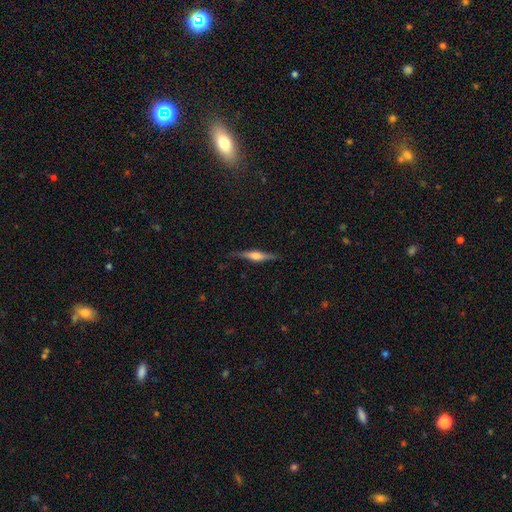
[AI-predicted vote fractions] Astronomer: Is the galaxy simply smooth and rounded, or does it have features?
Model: featured or disk — 64%.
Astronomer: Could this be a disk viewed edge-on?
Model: yes — 97%.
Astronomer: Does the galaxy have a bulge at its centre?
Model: rounded — 84%.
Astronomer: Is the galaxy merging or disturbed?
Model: none — 83%.